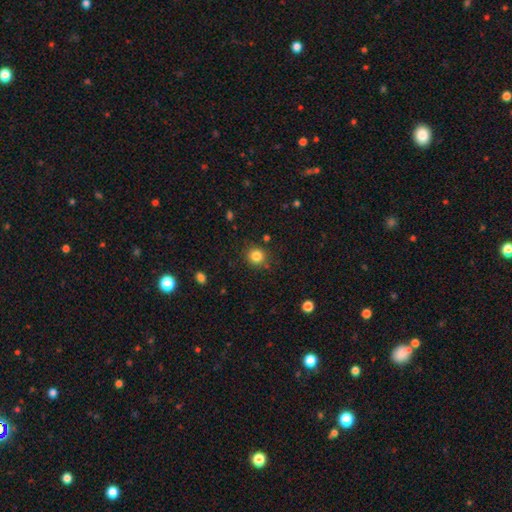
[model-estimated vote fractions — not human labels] A smooth galaxy with no disk features (84%) that is round (90%). Merging: none (85%).